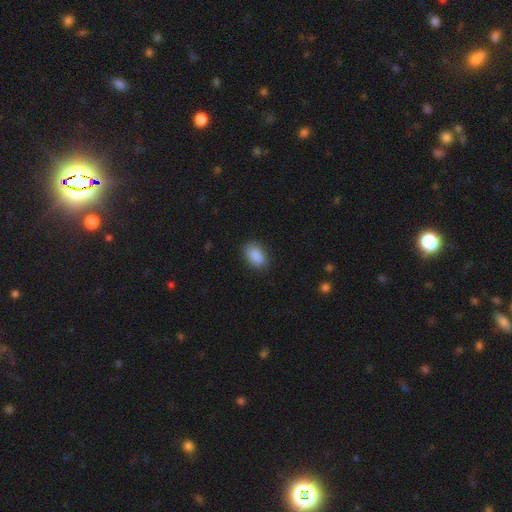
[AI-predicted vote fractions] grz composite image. It shows a smooth galaxy with no disk features (89%) that is in between round and cigar-shaped (89%). Merging: none (85%).